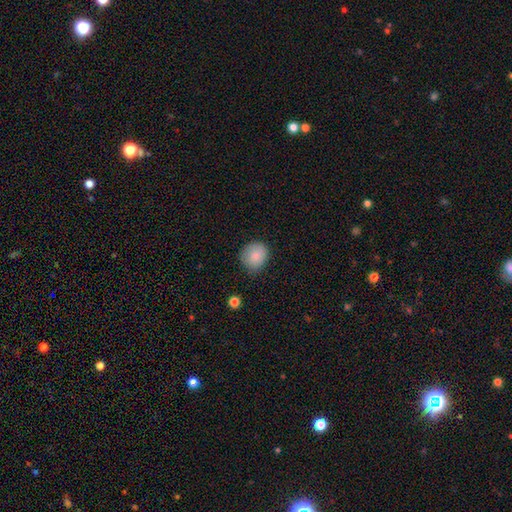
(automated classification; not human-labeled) Smooth or featured? Predicted: smooth (p=0.85). How rounded? Predicted: round (p=0.79). Merging? Predicted: none (p=0.74).